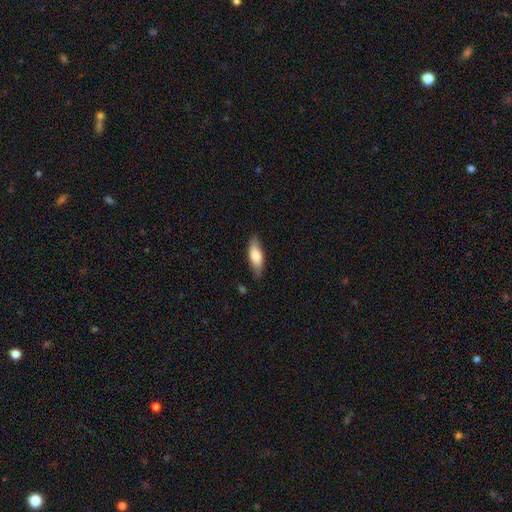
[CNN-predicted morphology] A smooth galaxy with no disk features (77%) that is in between round and cigar-shaped (64%).

Vote fractions:
- Smooth or featured? smooth: 77% / featured or disk: 18% / star or artifact: 6%
- How rounded? in between: 64% / cigar-shaped: 34% / round: 2%
- Merging? none: 80% / minor disturbance: 16% / major disturbance: 3% / merger: 1%